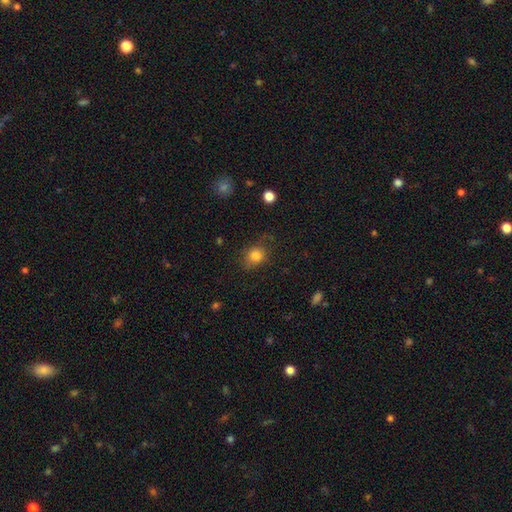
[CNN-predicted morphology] A smooth galaxy with no disk features (82%) that is round (63%). Merging: none (72%).